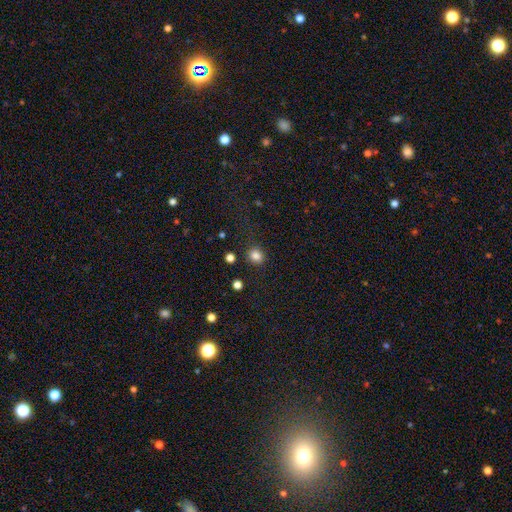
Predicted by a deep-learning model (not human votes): smooth_or_featured: smooth (p=0.83) [alt: star or artifact p=0.12]
how_rounded: round (p=0.77) [alt: in between p=0.22]
merging: none (p=0.84) [alt: minor disturbance p=0.10]